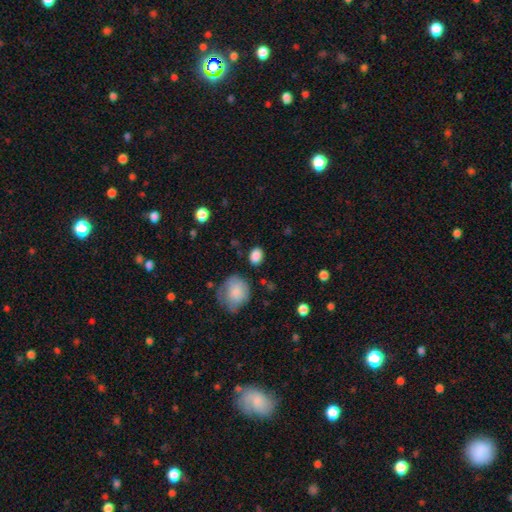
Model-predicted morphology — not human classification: A smooth galaxy with no disk features (86%) that is in between round and cigar-shaped (61%). Merging: none (80%).